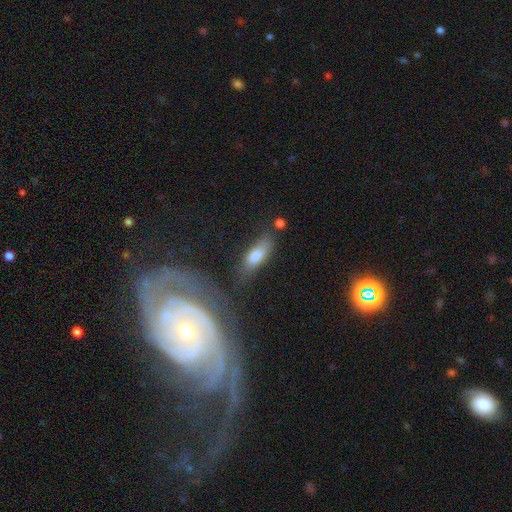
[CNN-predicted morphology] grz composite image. It shows a smooth galaxy with no disk features (73%) that is in between round and cigar-shaped (69%). Merging: none (65%).